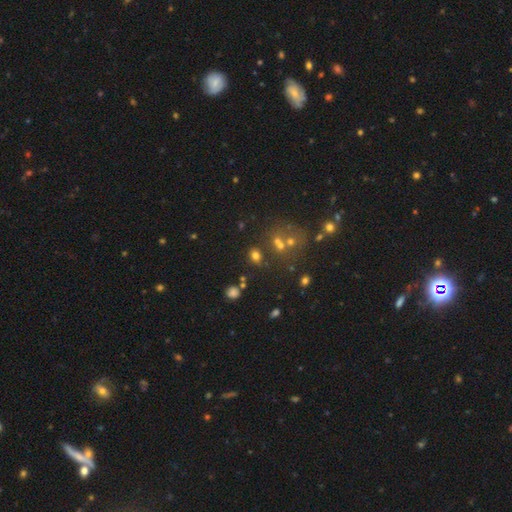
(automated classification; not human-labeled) A smooth galaxy with no disk features (69%) that is in between round and cigar-shaped (56%). Merging: none (71%).